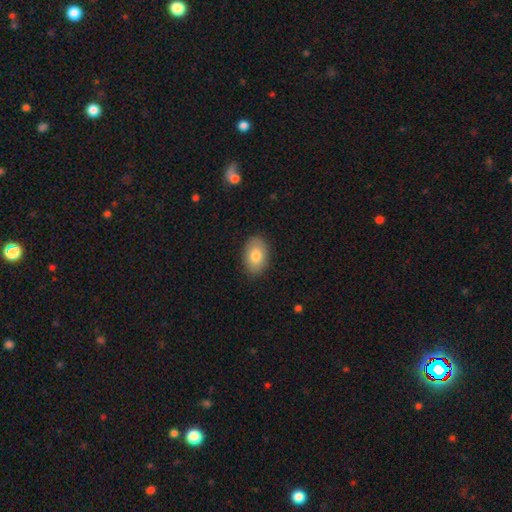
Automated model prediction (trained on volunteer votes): smooth-or-featured: smooth: 80% | featured or disk: 13% | star or artifact: 7%
  how-rounded: in between: 87% | round: 12% | cigar-shaped: 1%
  merging: none: 87% | minor disturbance: 10% | major disturbance: 2% | merger: 1%